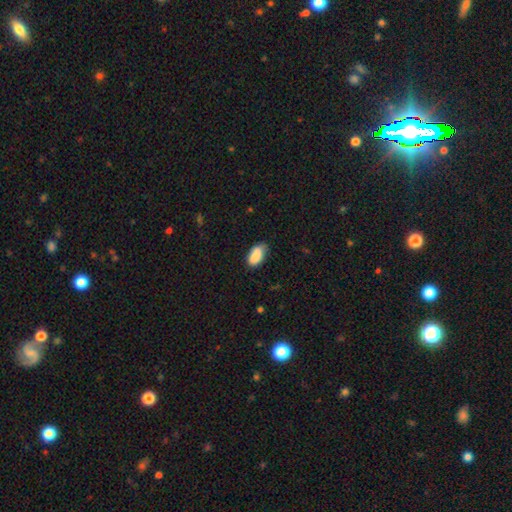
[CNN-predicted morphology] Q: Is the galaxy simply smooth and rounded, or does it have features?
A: smooth — 87%.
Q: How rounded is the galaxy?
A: in between — 93%.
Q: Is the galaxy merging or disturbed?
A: none — 63%.